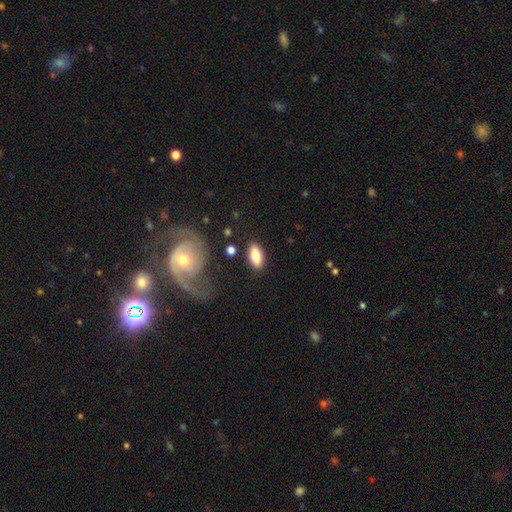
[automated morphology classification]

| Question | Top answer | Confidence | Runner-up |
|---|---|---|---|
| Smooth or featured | smooth | 80% | featured or disk (13%) |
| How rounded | in between | 87% | cigar-shaped (10%) |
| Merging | none | 83% | minor disturbance (11%) |